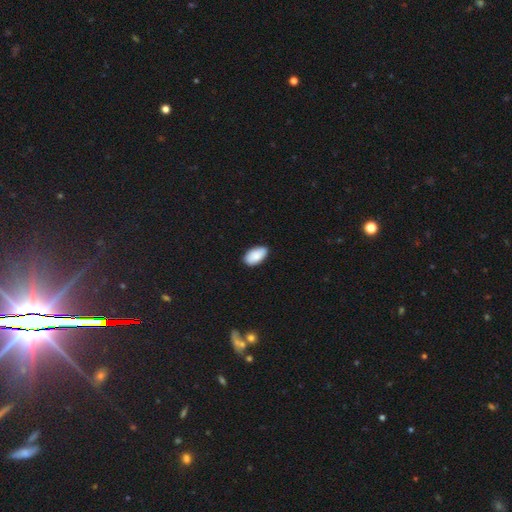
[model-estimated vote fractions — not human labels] Overall: smooth (88%). How rounded: in between (95%). Merging: none (82%).